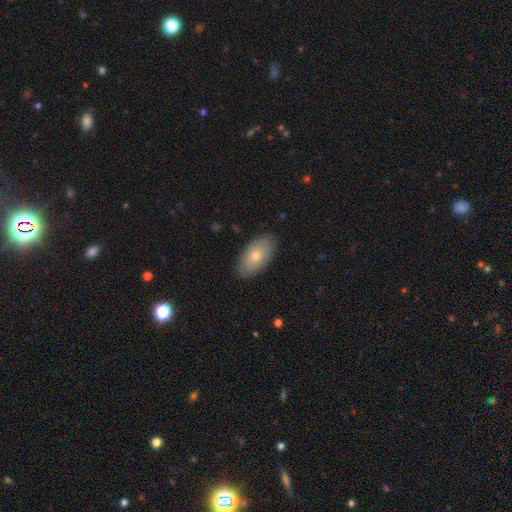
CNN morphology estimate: This appears to be a smooth galaxy with no disk features (70%) that is in between round and cigar-shaped (94%). Merging: none (87%).